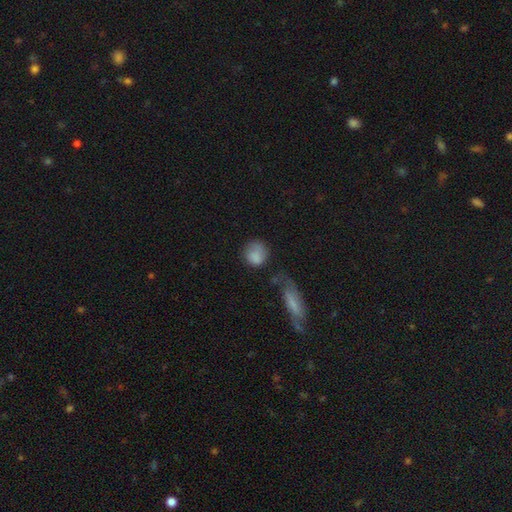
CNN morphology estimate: Q: Smooth or featured?
A: smooth (81%); runner-up: featured or disk (12%)
Q: How rounded?
A: round (80%); runner-up: in between (18%)
Q: Merging?
A: none (51%); runner-up: minor disturbance (23%)